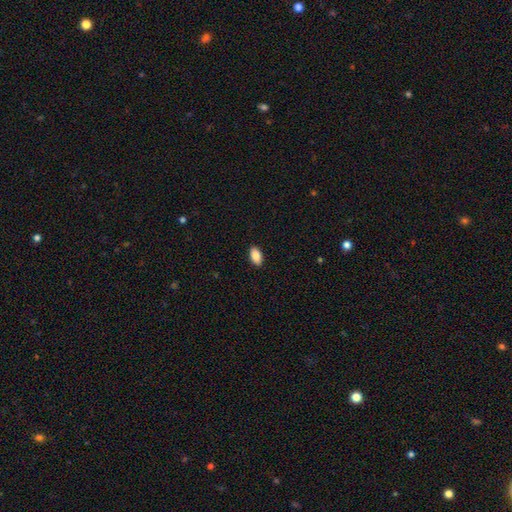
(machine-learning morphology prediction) This appears to be a smooth galaxy with no disk features (88%) that is in between round and cigar-shaped (93%). Merging: none (89%).